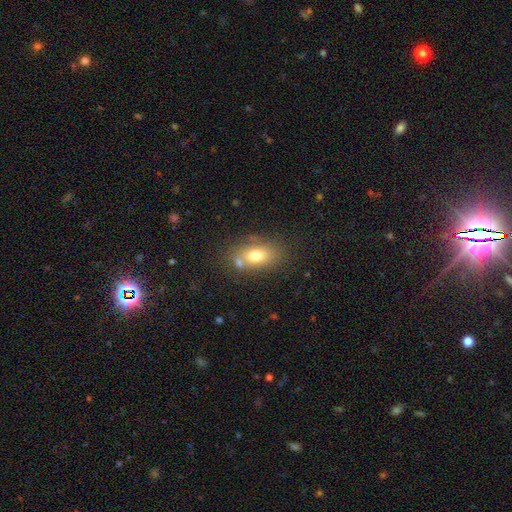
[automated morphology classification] Smooth or featured? smooth (72%)
How rounded? in between (82%)
Merging? none (62%)